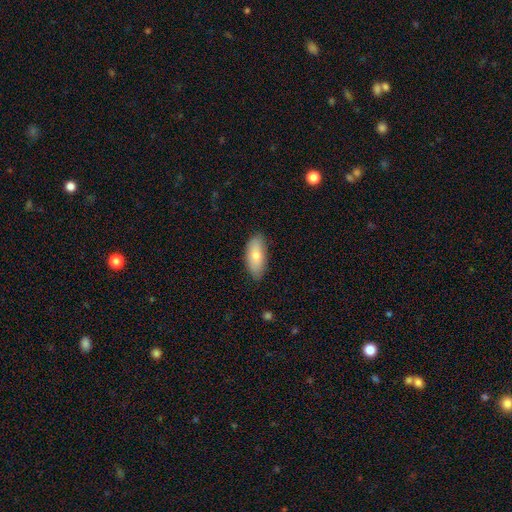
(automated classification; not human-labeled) Overall: smooth (75%). How rounded: in between (86%). Merging: none (82%).